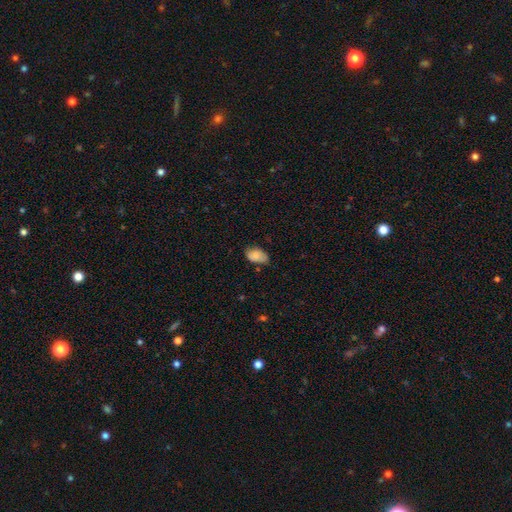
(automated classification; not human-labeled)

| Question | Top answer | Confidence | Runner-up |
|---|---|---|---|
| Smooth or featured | smooth | 81% | featured or disk (11%) |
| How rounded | in between | 90% | round (8%) |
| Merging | none | 58% | minor disturbance (32%) |